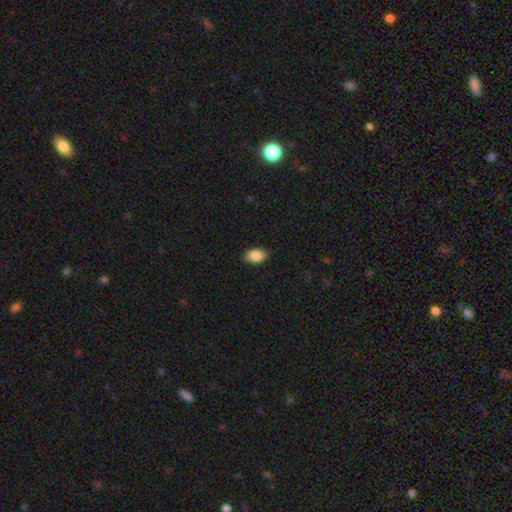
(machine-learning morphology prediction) Q: Smooth or featured?
A: smooth (89%); runner-up: star or artifact (7%)
Q: How rounded?
A: in between (90%); runner-up: round (8%)
Q: Merging?
A: none (87%); runner-up: minor disturbance (10%)